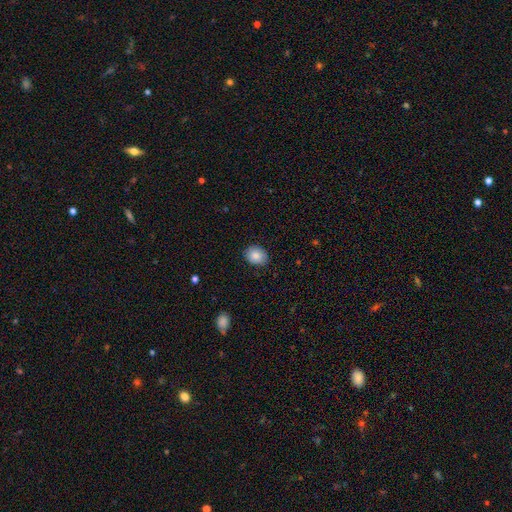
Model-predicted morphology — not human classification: A smooth galaxy with no disk features (85%) that is in between round and cigar-shaped (50%).

Vote fractions:
- Smooth or featured? smooth: 85% / star or artifact: 8% / featured or disk: 7%
- How rounded? in between: 50% / round: 49% / cigar-shaped: 1%
- Merging? none: 84% / minor disturbance: 13% / major disturbance: 2% / merger: 1%